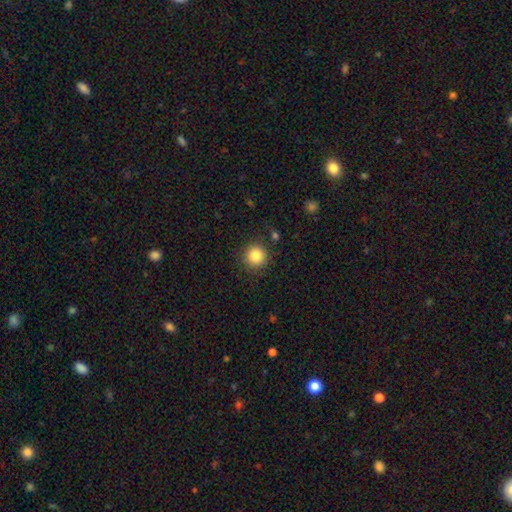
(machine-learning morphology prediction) smooth-or-featured: smooth: 84% | star or artifact: 10% | featured or disk: 5%
  how-rounded: round: 94% | in between: 5% | cigar-shaped: 1%
  merging: none: 87% | minor disturbance: 8% | major disturbance: 3% | merger: 2%